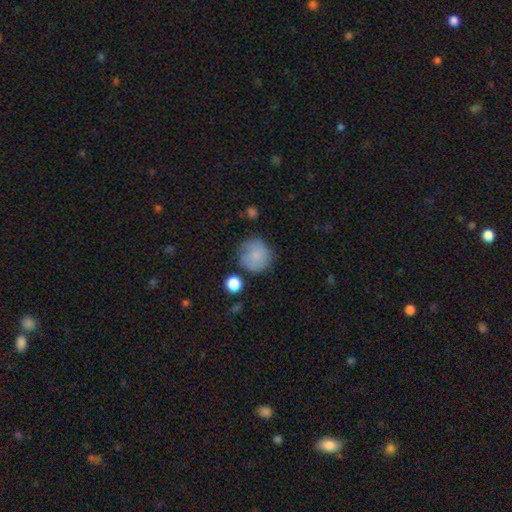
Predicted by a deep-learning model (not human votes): Smooth or featured?
  - smooth: 80% *
  - featured or disk: 11%
  - star or artifact: 9%
How rounded?
  - round: 91% *
  - in between: 8%
  - cigar-shaped: 1%
Merging?
  - none: 69% *
  - minor disturbance: 20%
  - major disturbance: 7%
  - merger: 4%